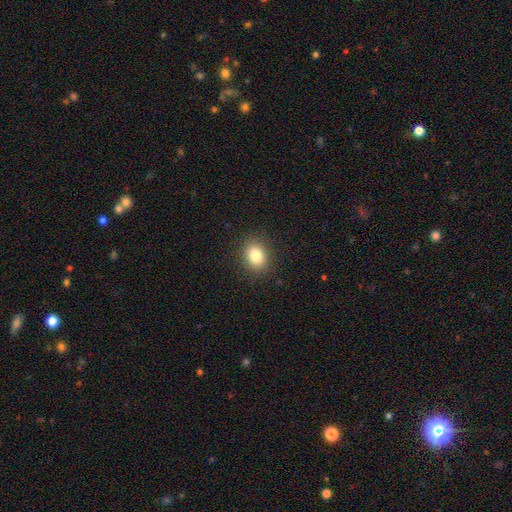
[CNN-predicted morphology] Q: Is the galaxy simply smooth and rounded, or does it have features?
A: smooth — 83%.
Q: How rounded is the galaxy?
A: in between — 50%.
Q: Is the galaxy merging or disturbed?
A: none — 89%.